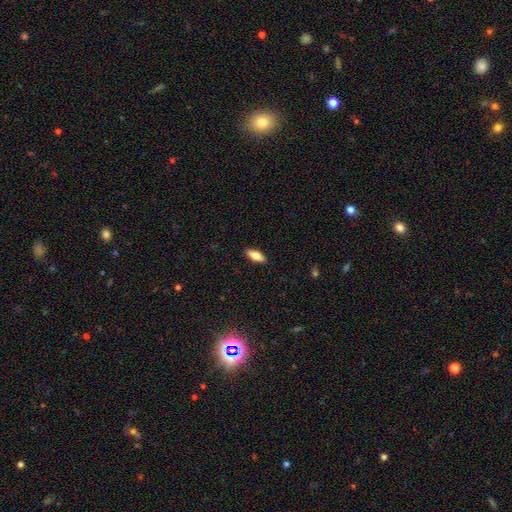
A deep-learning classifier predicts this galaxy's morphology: A smooth galaxy with no disk features (75%) that is in between round and cigar-shaped (74%). Merging: none (89%).